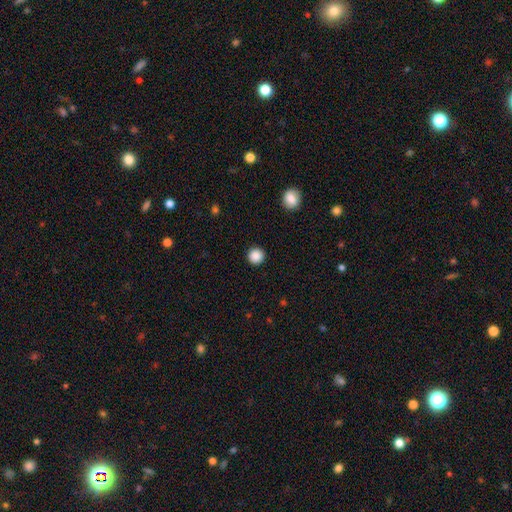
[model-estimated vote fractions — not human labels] smooth_or_featured: smooth (p=0.88) [alt: star or artifact p=0.10]
how_rounded: round (p=0.95) [alt: in between p=0.04]
merging: none (p=0.93) [alt: minor disturbance p=0.04]